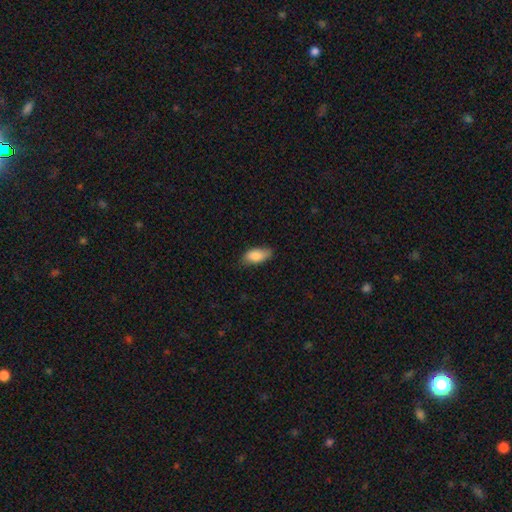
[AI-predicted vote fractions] smooth-or-featured: smooth: 85% | featured or disk: 8% | star or artifact: 7%
  how-rounded: in between: 90% | cigar-shaped: 7% | round: 3%
  merging: none: 75% | minor disturbance: 21% | major disturbance: 3% | merger: 1%